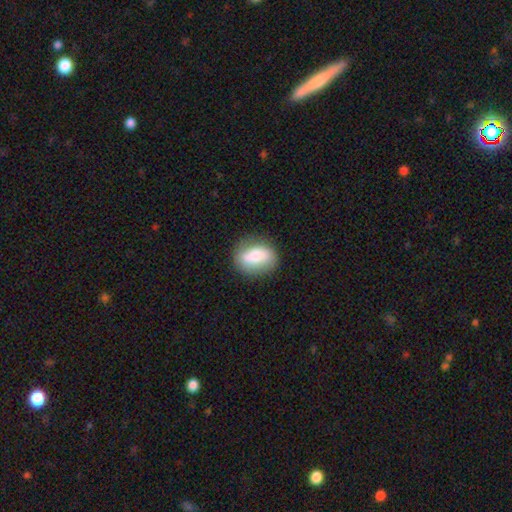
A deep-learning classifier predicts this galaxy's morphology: A smooth galaxy with no disk features (66%) that is in between round and cigar-shaped (62%).

Vote fractions:
- Smooth or featured? smooth: 66% / featured or disk: 27% / star or artifact: 7%
- How rounded? in between: 62% / round: 35% / cigar-shaped: 2%
- Merging? none: 79% / minor disturbance: 15% / major disturbance: 5% / merger: 1%